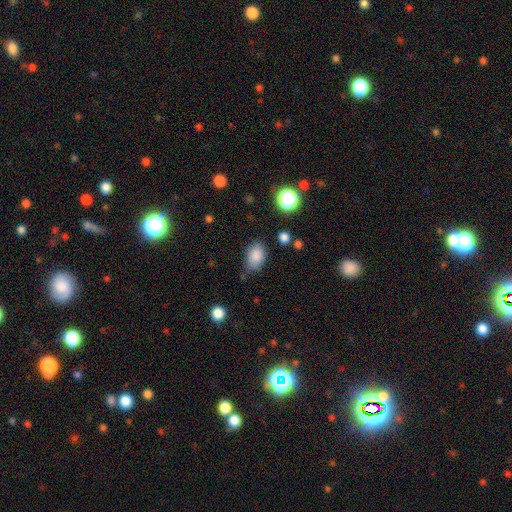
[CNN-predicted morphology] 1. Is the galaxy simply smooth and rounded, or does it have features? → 85% smooth, 9% star or artifact, 5% featured or disk.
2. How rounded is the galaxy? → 85% in between, 14% round, 1% cigar-shaped.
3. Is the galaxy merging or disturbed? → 72% none, 20% minor disturbance, 5% major disturbance, 3% merger.